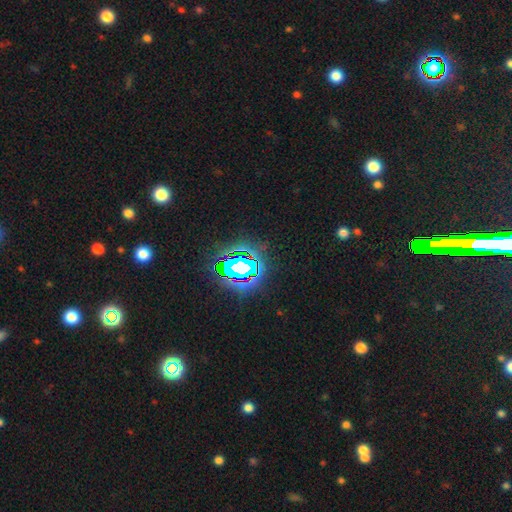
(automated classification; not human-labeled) The model was most divided on "smooth or featured": star or artifact: 80%, smooth: 11%, featured or disk: 9%.